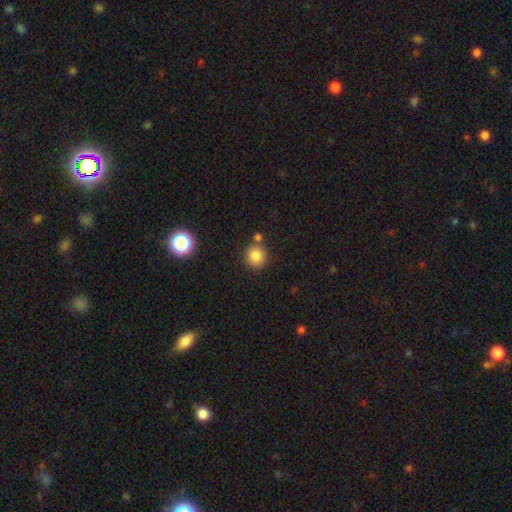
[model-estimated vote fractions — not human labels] The model was most divided on "merging": none: 75%, merger: 13%, minor disturbance: 9%, major disturbance: 3%. More confident: how rounded — round (90%); smooth or featured — smooth (84%).